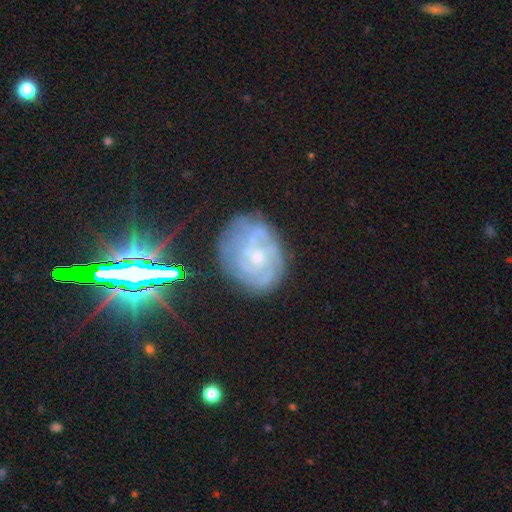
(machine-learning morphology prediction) This appears to be a featured or disk galaxy (71%) with no bar (76%), tight (64%) spiral arms (80%) and a small central bulge (63%). Merging: none (68%).